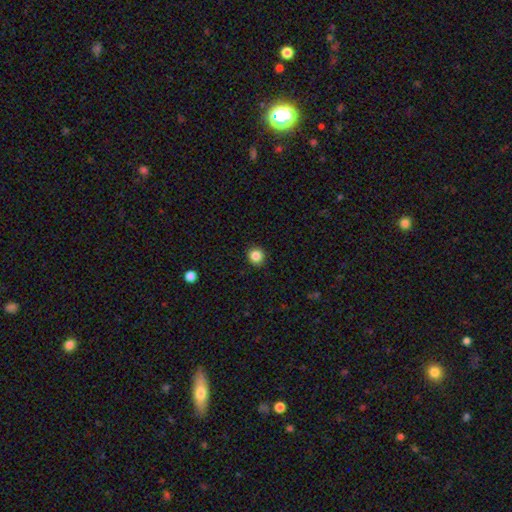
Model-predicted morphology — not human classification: Smooth or featured? smooth (85%)
How rounded? round (91%)
Merging? none (91%)